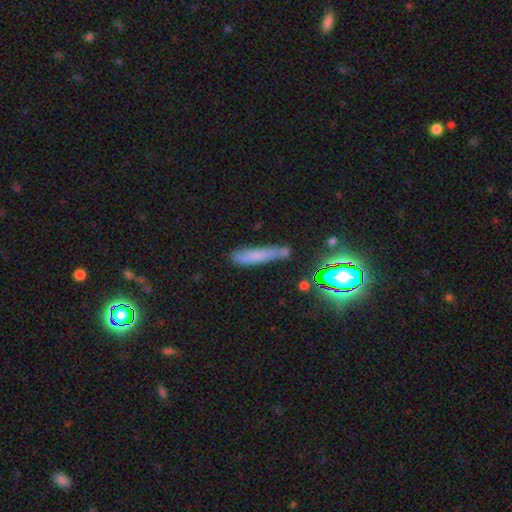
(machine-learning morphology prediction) Smooth or featured: smooth — 59% (featured or disk — 24%)
How rounded: cigar-shaped — 83% (in between — 14%)
Merging: none — 53% (minor disturbance — 28%)